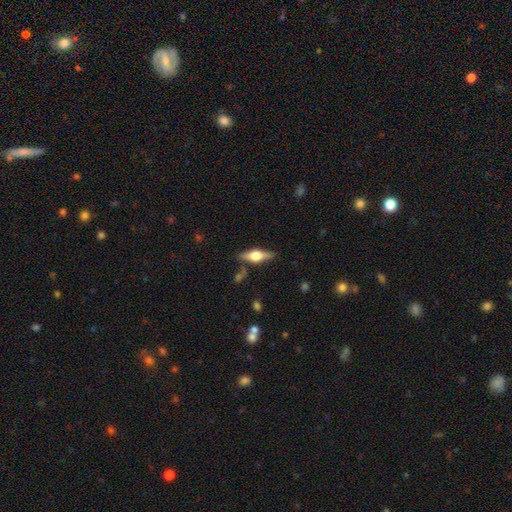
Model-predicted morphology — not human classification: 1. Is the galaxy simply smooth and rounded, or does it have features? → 58% featured or disk, 36% smooth, 7% star or artifact.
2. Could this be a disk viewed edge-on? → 93% yes, 7% no.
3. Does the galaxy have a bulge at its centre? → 92% rounded, 7% boxy, 2% none.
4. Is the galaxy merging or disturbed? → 81% none, 12% minor disturbance, 4% merger, 3% major disturbance.